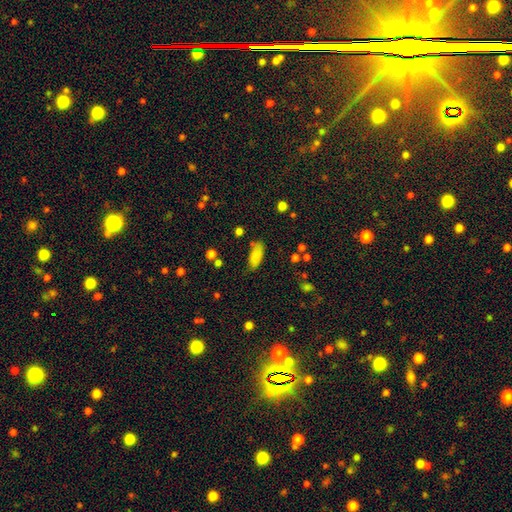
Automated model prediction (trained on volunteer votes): This is clearly a smooth galaxy (83%). How rounded: clearly in between (85%). Merging: likely none (65%).